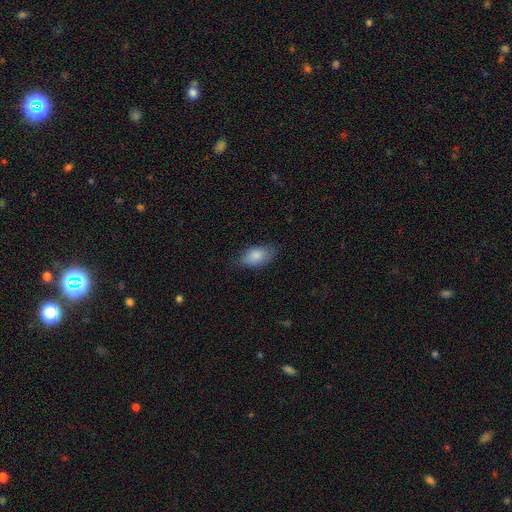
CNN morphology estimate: Smooth or featured: smooth — 84% (featured or disk — 10%)
How rounded: in between — 92% (round — 5%)
Merging: none — 72% (minor disturbance — 22%)